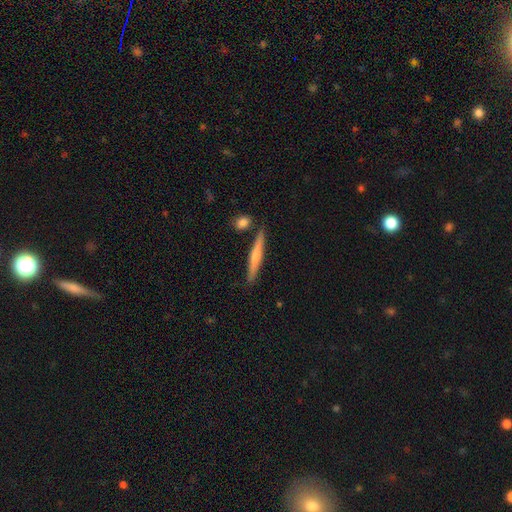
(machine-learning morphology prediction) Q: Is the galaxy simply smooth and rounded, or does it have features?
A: featured or disk — 56%.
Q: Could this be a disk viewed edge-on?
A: yes — 97%.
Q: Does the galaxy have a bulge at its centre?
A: rounded — 76%.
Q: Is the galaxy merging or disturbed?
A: none — 86%.